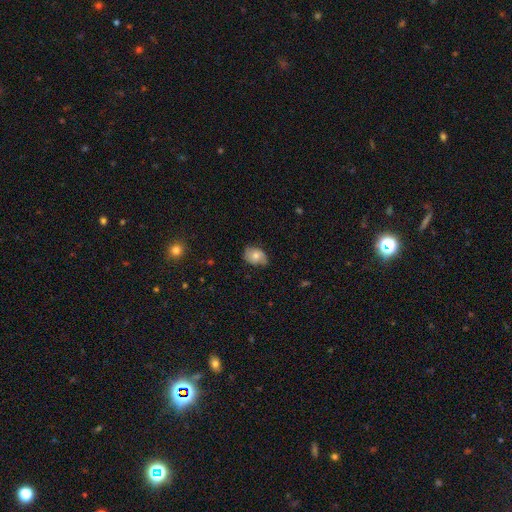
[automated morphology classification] Smooth or featured?
  - smooth: 62% *
  - featured or disk: 29%
  - star or artifact: 8%
How rounded?
  - in between: 70% *
  - round: 28%
  - cigar-shaped: 1%
Merging?
  - none: 62% *
  - minor disturbance: 30%
  - major disturbance: 7%
  - merger: 1%